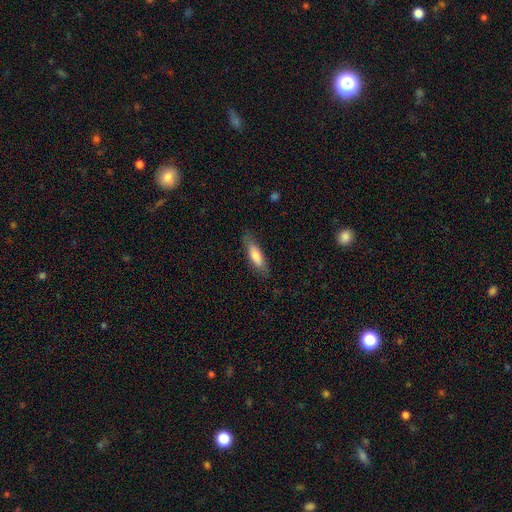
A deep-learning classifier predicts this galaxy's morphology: This is likely a smooth galaxy (76%). How rounded: possibly cigar-shaped (56%). Merging: likely none (80%).